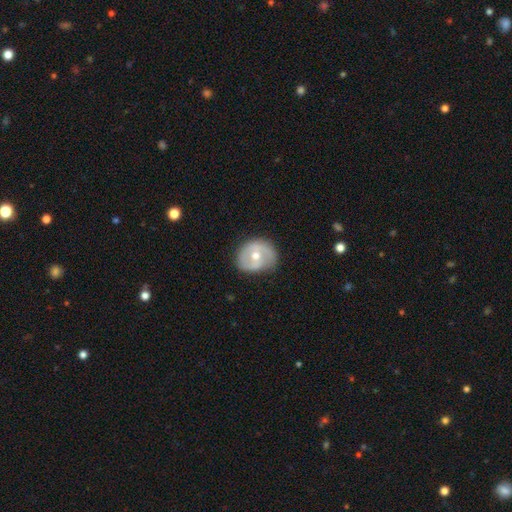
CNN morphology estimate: Smooth or featured?
  - featured or disk: 57% *
  - smooth: 37%
  - star or artifact: 6%
Edge-on disk?
  - no: 96% *
  - yes: 4%
Bar?
  - no: 63% *
  - weak: 29%
  - strong: 8%
Spiral arms?
  - yes: 58% *
  - no: 42%
Bulge size?
  - moderate: 76% *
  - small: 18%
  - large: 4%
  - none: 1%
  - dominant: 1%
Merging?
  - none: 69% *
  - minor disturbance: 23%
  - major disturbance: 7%
  - merger: 1%